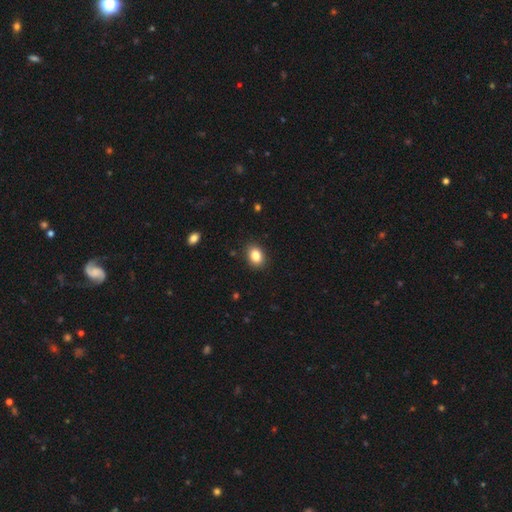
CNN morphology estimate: A smooth galaxy with no disk features (85%) that is in between round and cigar-shaped (69%). Merging: none (89%).